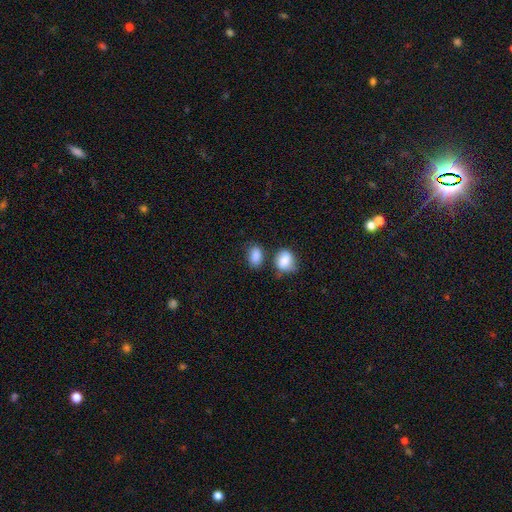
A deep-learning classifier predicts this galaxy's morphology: Smooth or featured?
  - smooth: 86% *
  - star or artifact: 8%
  - featured or disk: 5%
How rounded?
  - in between: 82% *
  - round: 16%
  - cigar-shaped: 2%
Merging?
  - none: 60% *
  - minor disturbance: 18%
  - merger: 17%
  - major disturbance: 5%